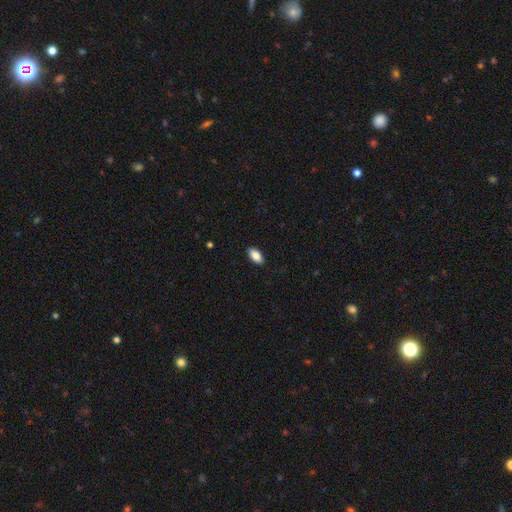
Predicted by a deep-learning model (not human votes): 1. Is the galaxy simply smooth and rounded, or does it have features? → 87% smooth, 7% star or artifact, 6% featured or disk.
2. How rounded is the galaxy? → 92% in between, 6% cigar-shaped, 3% round.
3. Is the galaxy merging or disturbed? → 89% none, 8% minor disturbance, 2% major disturbance, 1% merger.